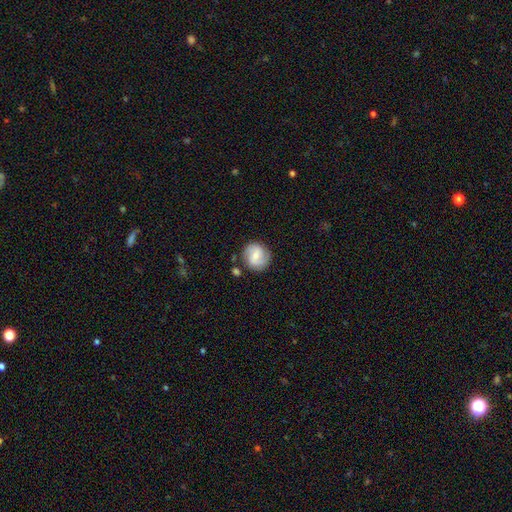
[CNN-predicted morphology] Smooth or featured?
  - featured or disk: 48% *
  - smooth: 45%
  - star or artifact: 7%
Merging?
  - none: 77% *
  - minor disturbance: 13%
  - merger: 5%
  - major disturbance: 4%